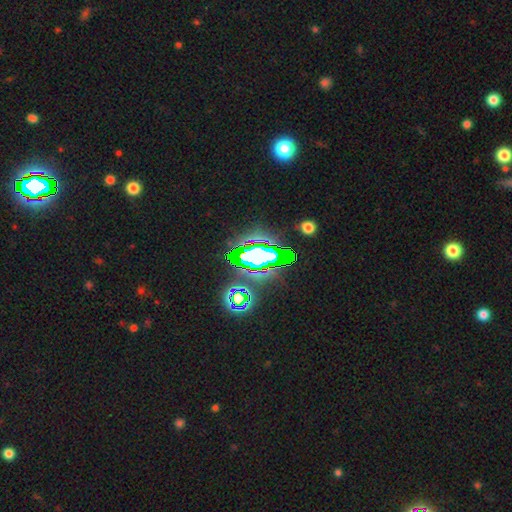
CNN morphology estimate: star or artifact 57%, featured or disk 23%, smooth 19%.